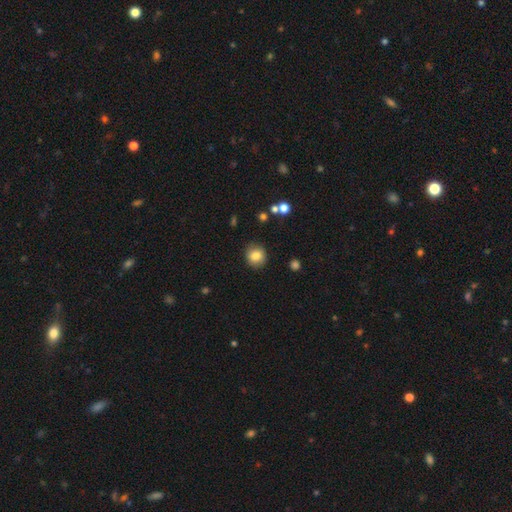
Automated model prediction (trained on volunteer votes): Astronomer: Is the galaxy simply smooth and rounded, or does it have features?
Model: smooth — 83%.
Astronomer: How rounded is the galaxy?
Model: round — 86%.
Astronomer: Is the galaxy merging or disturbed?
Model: none — 87%.